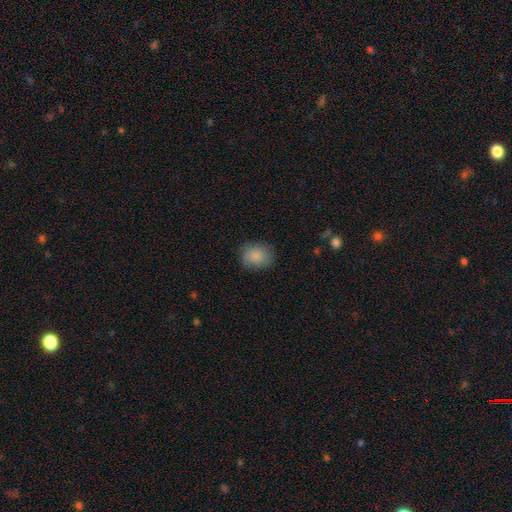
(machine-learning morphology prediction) Q: Smooth or featured?
A: smooth (78%); runner-up: featured or disk (14%)
Q: How rounded?
A: round (60%); runner-up: in between (39%)
Q: Merging?
A: none (73%); runner-up: minor disturbance (20%)